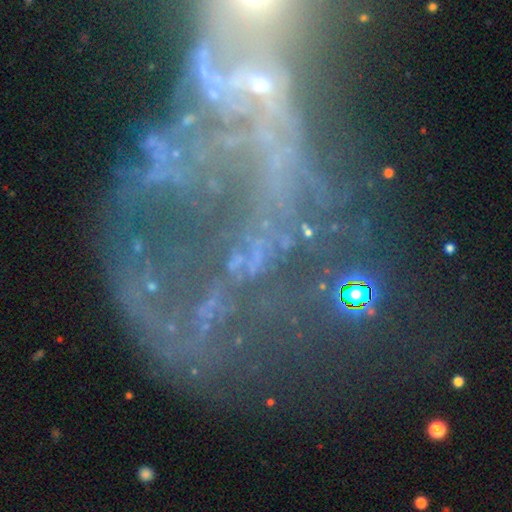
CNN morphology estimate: Smooth or featured? Predicted: featured or disk (p=0.57). Edge-on disk? Predicted: no (p=0.94). Bar? Predicted: no (p=0.69). Spiral arms? Predicted: no (p=0.58). Bulge size? Predicted: none (p=0.54). Merging? Predicted: major disturbance (p=0.35).